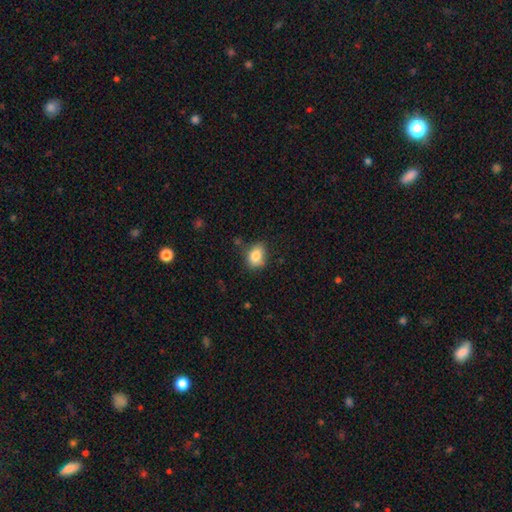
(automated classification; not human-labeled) smooth_or_featured: smooth (p=0.83) [alt: star or artifact p=0.09]
how_rounded: in between (p=0.62) [alt: round p=0.37]
merging: none (p=0.67) [alt: minor disturbance p=0.24]